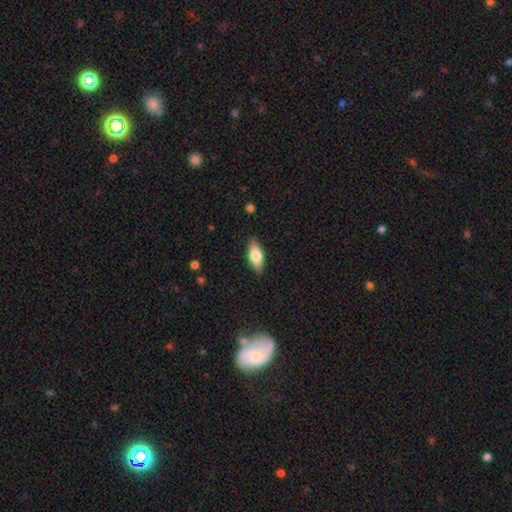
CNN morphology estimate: Smooth or featured?
  - smooth: 70% *
  - featured or disk: 24%
  - star or artifact: 6%
How rounded?
  - in between: 79% *
  - cigar-shaped: 18%
  - round: 3%
Merging?
  - none: 87% *
  - minor disturbance: 10%
  - major disturbance: 2%
  - merger: 1%